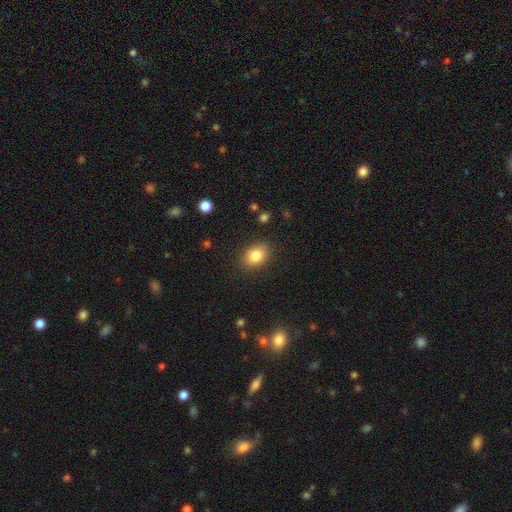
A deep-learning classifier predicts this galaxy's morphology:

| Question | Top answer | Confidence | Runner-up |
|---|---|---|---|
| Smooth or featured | smooth | 83% | star or artifact (9%) |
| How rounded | in between | 70% | round (29%) |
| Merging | none | 85% | minor disturbance (11%) |